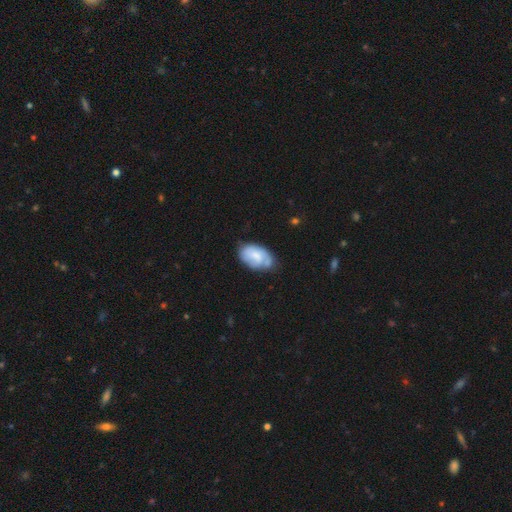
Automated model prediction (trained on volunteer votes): Morphology: type=smooth (50%); roundness=in between (91%); merging=none (55%).